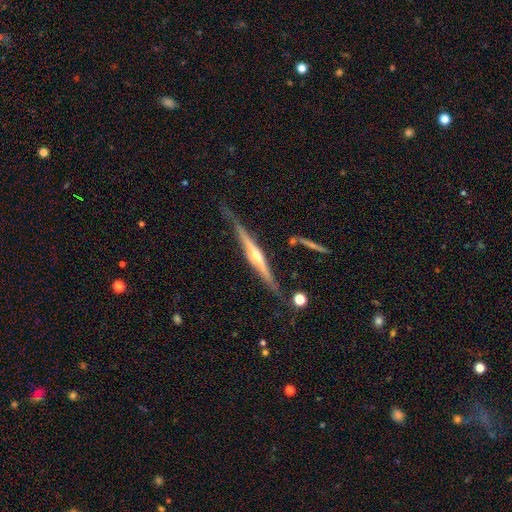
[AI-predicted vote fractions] This is clearly a featured or disk galaxy (84%). It is clearly viewed edge-on (98%). Edge-on bulge: clearly rounded (87%). Merging: likely none (78%).